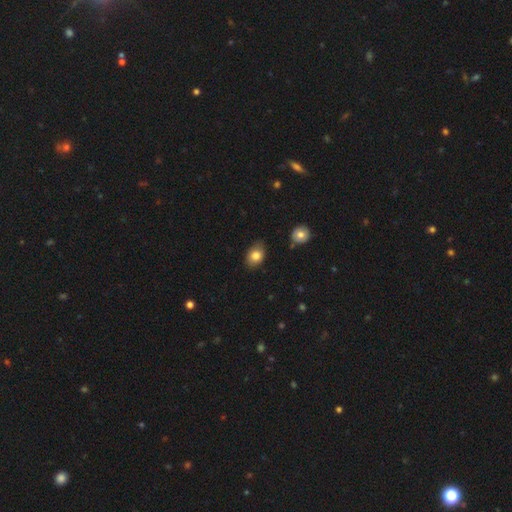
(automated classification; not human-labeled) A smooth galaxy with no disk features (82%) that is in between round and cigar-shaped (75%). Merging: none (78%).